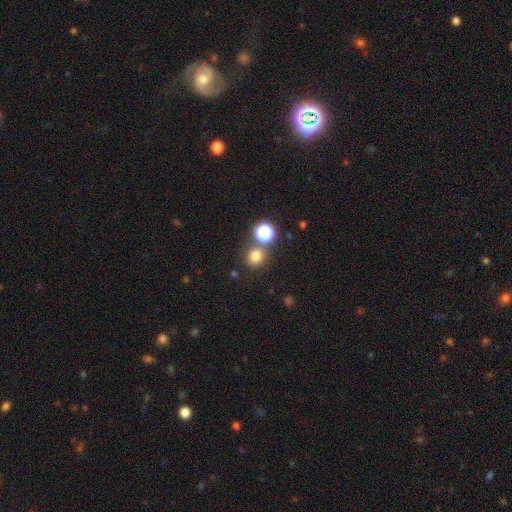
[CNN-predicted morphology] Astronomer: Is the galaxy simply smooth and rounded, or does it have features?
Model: smooth — 75%.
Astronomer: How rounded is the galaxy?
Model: round — 88%.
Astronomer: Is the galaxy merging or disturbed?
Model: none — 75%.